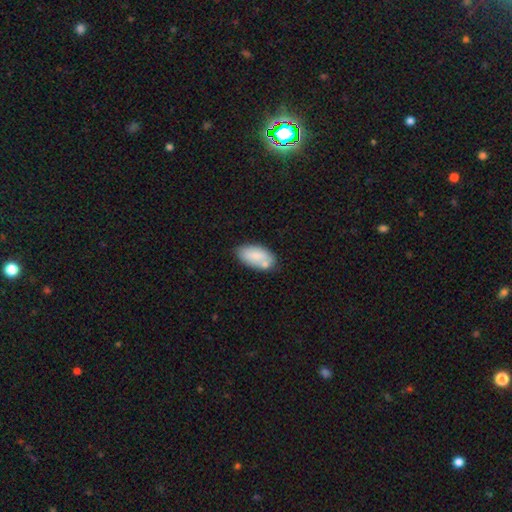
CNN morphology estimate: Smooth or featured: smooth — 82% (featured or disk — 11%)
How rounded: in between — 95% (cigar-shaped — 3%)
Merging: none — 65% (minor disturbance — 19%)